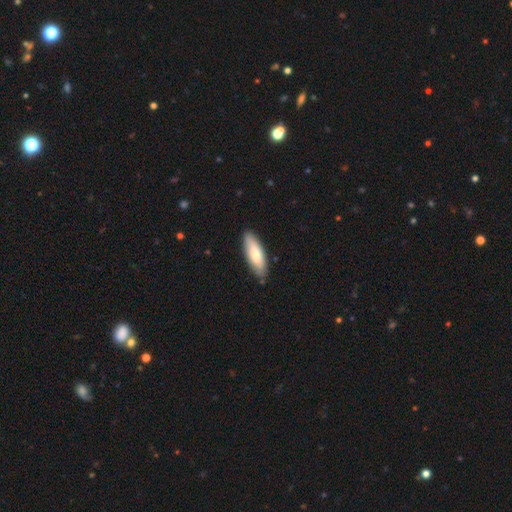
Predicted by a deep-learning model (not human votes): A smooth galaxy with no disk features (74%) that is in between round and cigar-shaped (61%). Merging: none (84%).